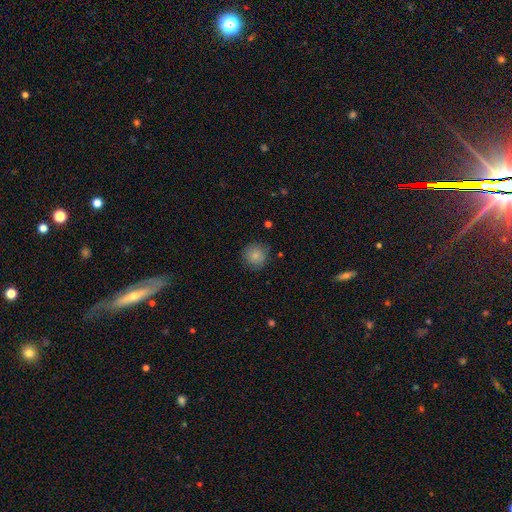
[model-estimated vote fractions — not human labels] smooth-or-featured: smooth: 83% | star or artifact: 9% | featured or disk: 8%
  how-rounded: round: 91% | in between: 8% | cigar-shaped: 1%
  merging: none: 82% | minor disturbance: 14% | major disturbance: 4% | merger: 1%